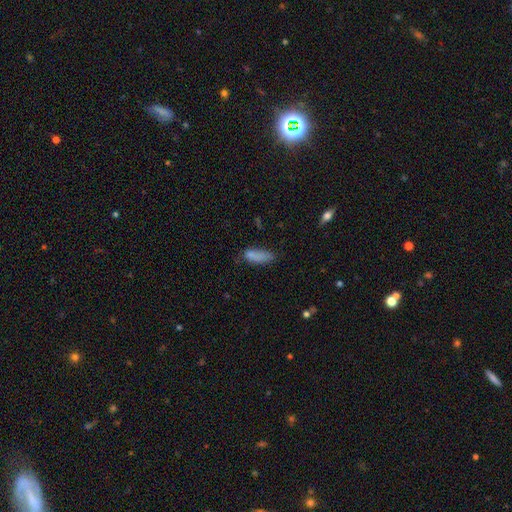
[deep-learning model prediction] Smooth or featured?
  - smooth: 81% *
  - star or artifact: 9%
  - featured or disk: 9%
How rounded?
  - in between: 63% *
  - cigar-shaped: 35%
  - round: 2%
Merging?
  - none: 51% *
  - minor disturbance: 30%
  - major disturbance: 12%
  - merger: 6%